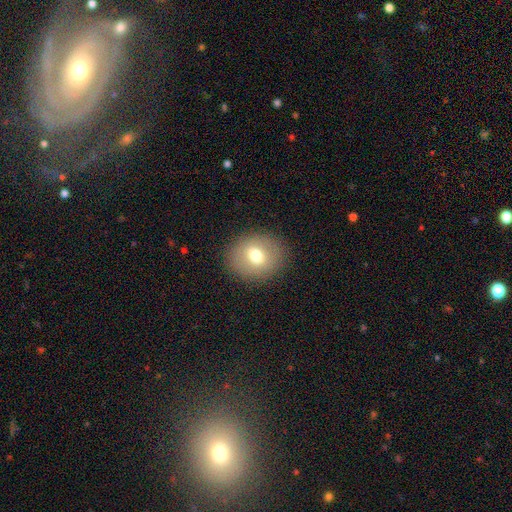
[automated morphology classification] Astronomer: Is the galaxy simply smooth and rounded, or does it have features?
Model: smooth — 69%.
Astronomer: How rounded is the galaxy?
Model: round — 68%.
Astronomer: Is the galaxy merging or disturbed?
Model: none — 88%.